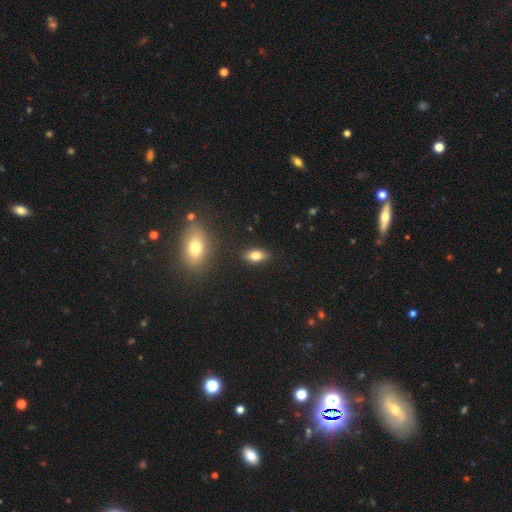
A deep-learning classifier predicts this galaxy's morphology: smooth_or_featured: smooth (p=0.80) [alt: featured or disk p=0.11]
how_rounded: in between (p=0.89) [alt: cigar-shaped p=0.06]
merging: none (p=0.88) [alt: minor disturbance p=0.08]